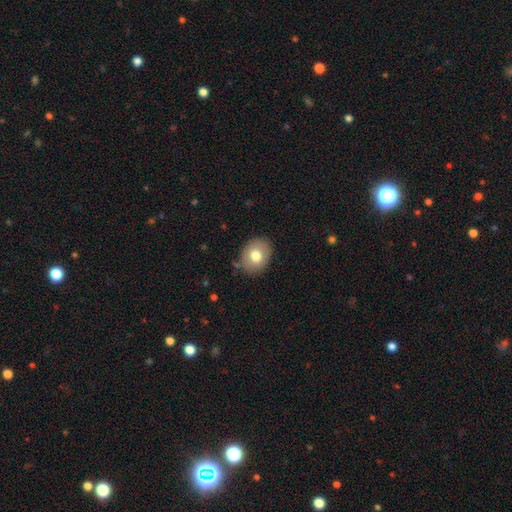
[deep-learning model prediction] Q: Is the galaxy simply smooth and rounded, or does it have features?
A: smooth — 75%.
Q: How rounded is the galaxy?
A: in between — 56%.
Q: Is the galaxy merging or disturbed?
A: none — 84%.